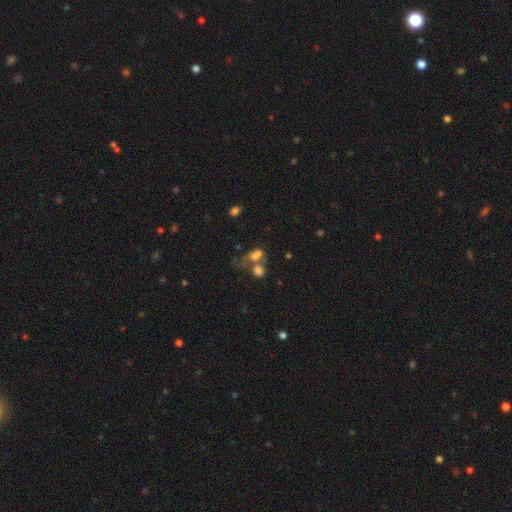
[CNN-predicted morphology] This appears to be a smooth galaxy with no disk features (66%) that is in between round and cigar-shaped (68%). Merging: merger (52%).